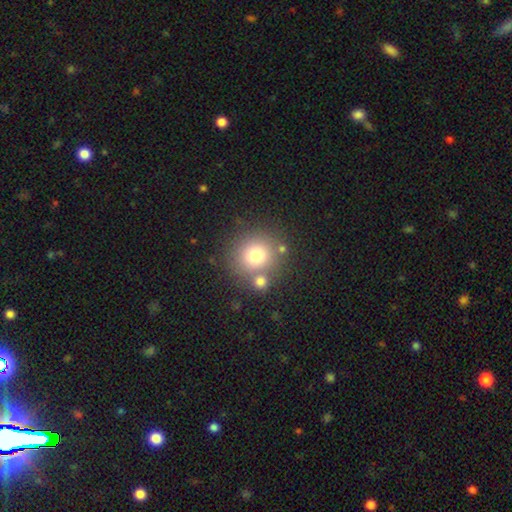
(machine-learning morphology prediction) Smooth or featured?
  - smooth: 74% *
  - star or artifact: 13%
  - featured or disk: 12%
How rounded?
  - round: 89% *
  - in between: 10%
  - cigar-shaped: 1%
Merging?
  - none: 69% *
  - merger: 17%
  - minor disturbance: 10%
  - major disturbance: 4%